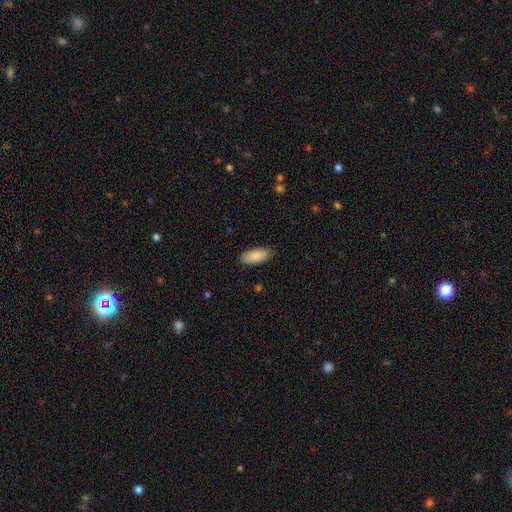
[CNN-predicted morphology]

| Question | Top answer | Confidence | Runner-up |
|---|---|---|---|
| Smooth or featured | smooth | 87% | featured or disk (7%) |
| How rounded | in between | 87% | cigar-shaped (11%) |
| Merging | none | 85% | minor disturbance (11%) |